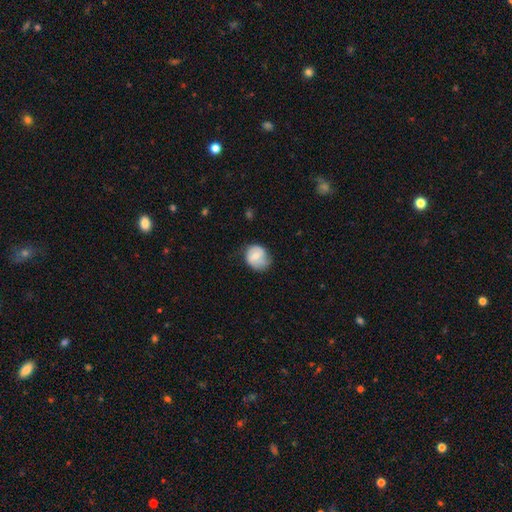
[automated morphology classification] The model was most divided on "smooth or featured": smooth: 52%, featured or disk: 41%, star or artifact: 7%. More confident: how rounded — round (68%); merging — none (57%).